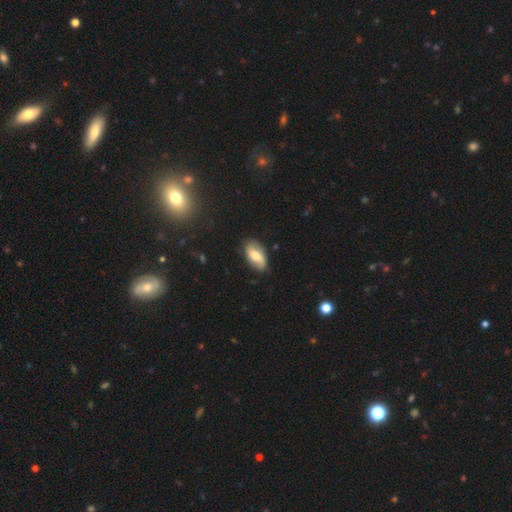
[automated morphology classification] smooth_or_featured: smooth (p=0.49) [alt: featured or disk p=0.44]
merging: none (p=0.79) [alt: minor disturbance p=0.16]